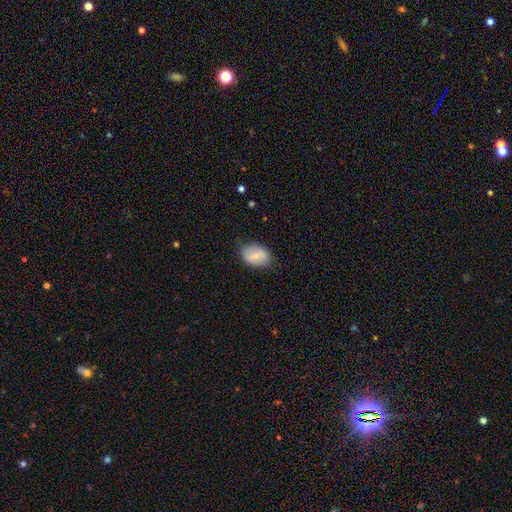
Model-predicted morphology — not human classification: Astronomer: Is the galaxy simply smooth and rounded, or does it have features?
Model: smooth — 62%.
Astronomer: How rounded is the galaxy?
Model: in between — 83%.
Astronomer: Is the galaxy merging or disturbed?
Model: none — 77%.